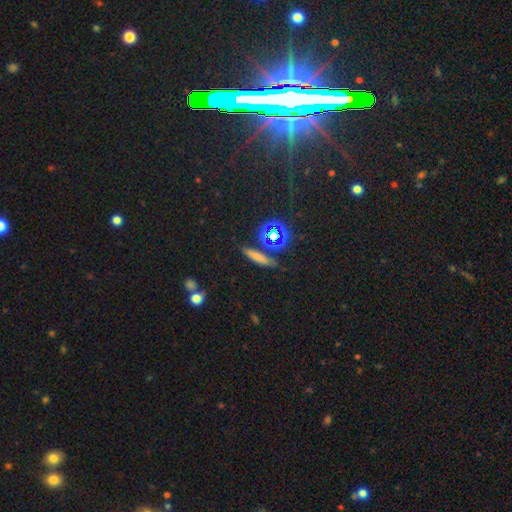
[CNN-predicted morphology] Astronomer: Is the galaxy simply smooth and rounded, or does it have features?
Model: smooth — 59%.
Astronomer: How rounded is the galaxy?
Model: cigar-shaped — 76%.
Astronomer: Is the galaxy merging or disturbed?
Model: none — 79%.